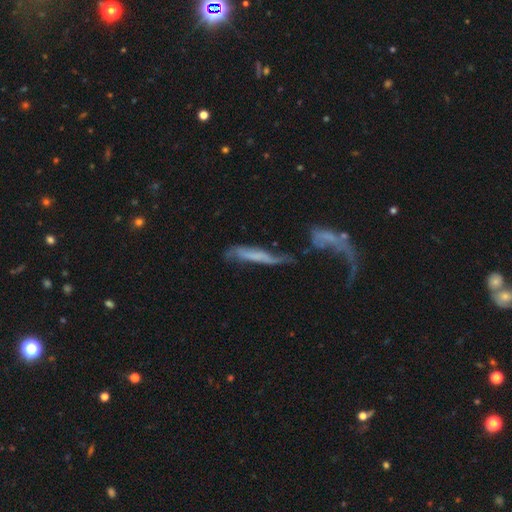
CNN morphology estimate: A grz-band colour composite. It shows a featured or disk galaxy (45%). Merging: major disturbance (29%).